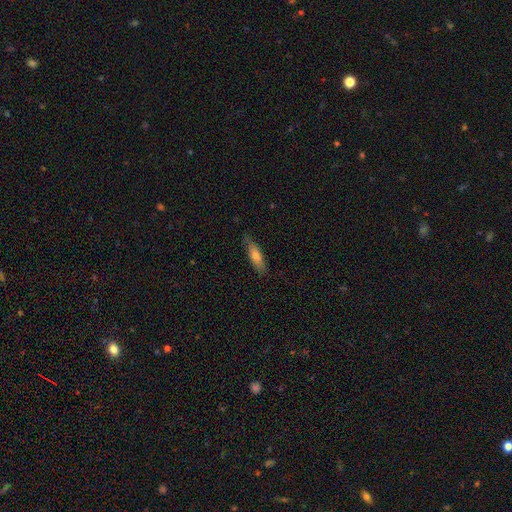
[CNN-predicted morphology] Overall: smooth (68%). How rounded: cigar-shaped (59%; in between 39%). Merging: none (78%).